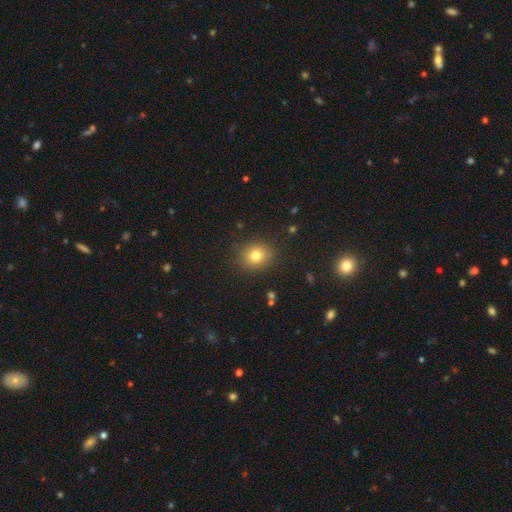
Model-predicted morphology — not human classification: smooth_or_featured: smooth (p=0.78) [alt: star or artifact p=0.13]
how_rounded: round (p=0.72) [alt: in between p=0.27]
merging: none (p=0.88) [alt: minor disturbance p=0.08]